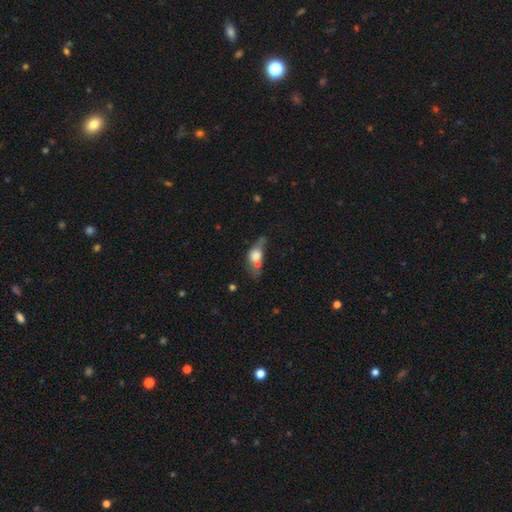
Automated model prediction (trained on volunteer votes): This is likely a smooth galaxy (62%). How rounded: likely in between (63%). Merging: marginally merger (38%).